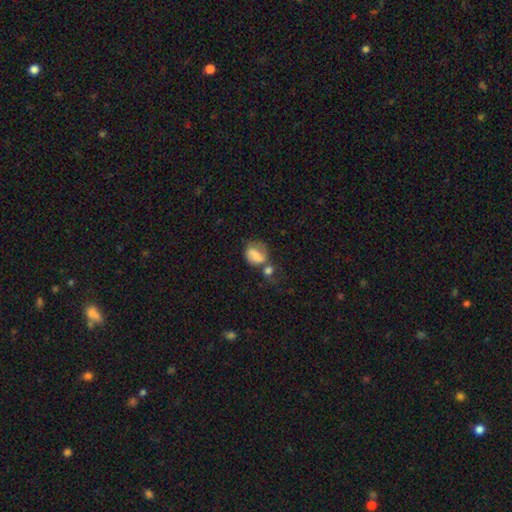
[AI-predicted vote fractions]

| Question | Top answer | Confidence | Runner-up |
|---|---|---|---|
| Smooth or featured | smooth | 61% | featured or disk (30%) |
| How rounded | in between | 55% | round (43%) |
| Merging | merger | 36% | none (30%) |